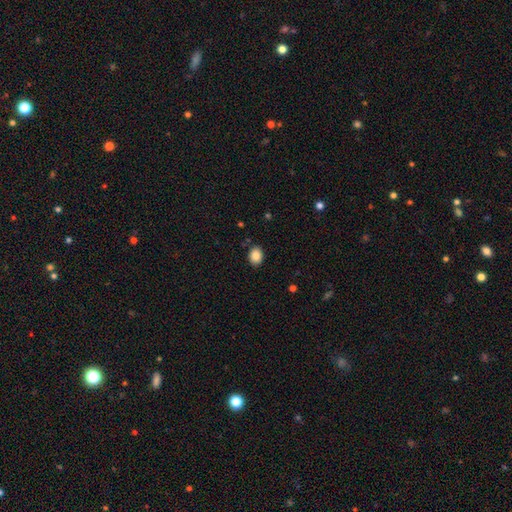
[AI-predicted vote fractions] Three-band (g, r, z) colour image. It shows a smooth galaxy with no disk features (88%) that is in between round and cigar-shaped (62%). Merging: none (87%).